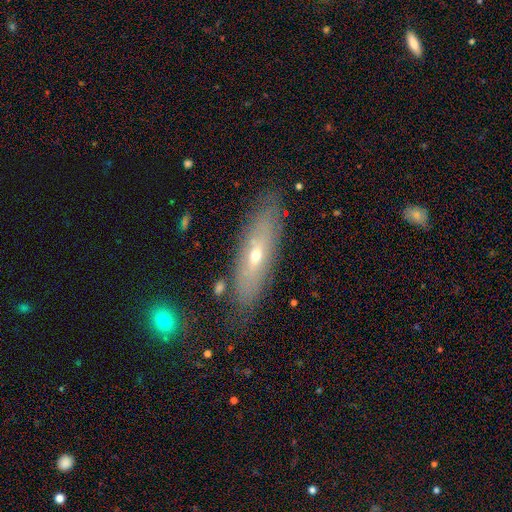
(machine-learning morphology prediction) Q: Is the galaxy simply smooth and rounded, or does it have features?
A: featured or disk — 49%.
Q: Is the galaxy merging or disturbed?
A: none — 79%.